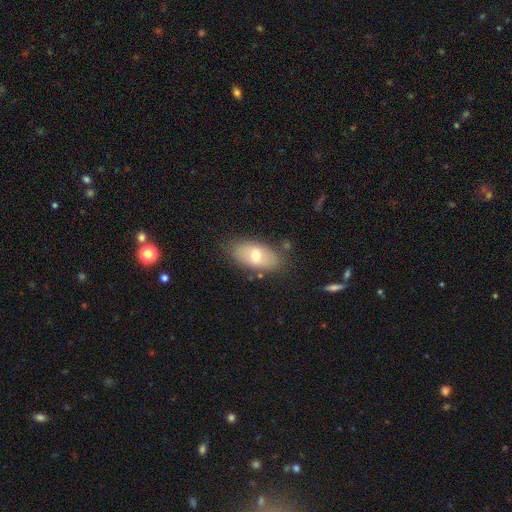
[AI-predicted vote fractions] Smooth or featured? Predicted: smooth (p=0.66). How rounded? Predicted: in between (p=0.91). Merging? Predicted: none (p=0.79).